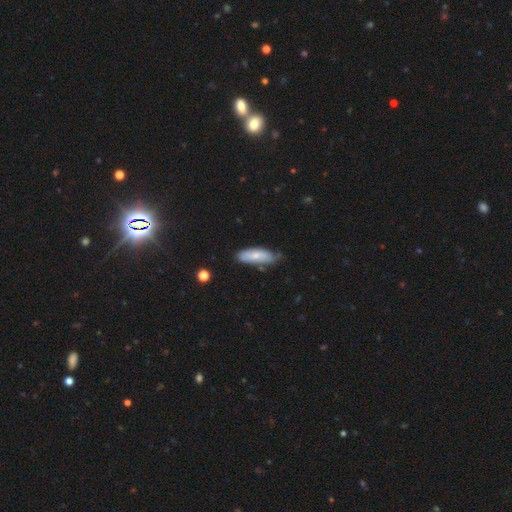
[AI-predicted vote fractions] Smooth or featured?
  - smooth: 69% *
  - featured or disk: 25%
  - star or artifact: 6%
How rounded?
  - in between: 64% *
  - cigar-shaped: 35%
  - round: 2%
Merging?
  - none: 60% *
  - minor disturbance: 31%
  - major disturbance: 5%
  - merger: 4%